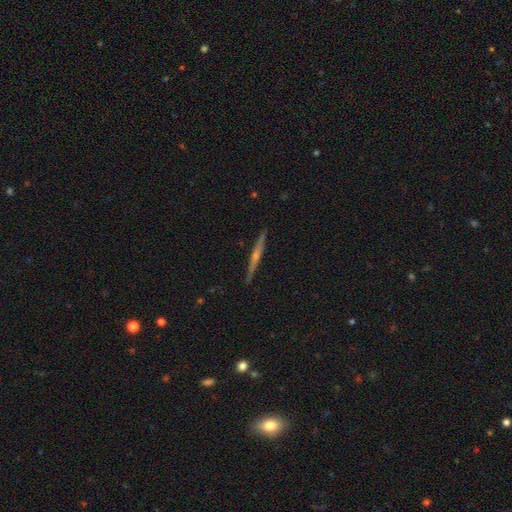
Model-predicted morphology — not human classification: Smooth or featured: featured or disk — 65% (smooth — 23%)
Edge-on disk: yes — 95% (no — 5%)
Edge-on bulge: rounded — 65% (none — 26%)
Merging: none — 88% (minor disturbance — 8%)